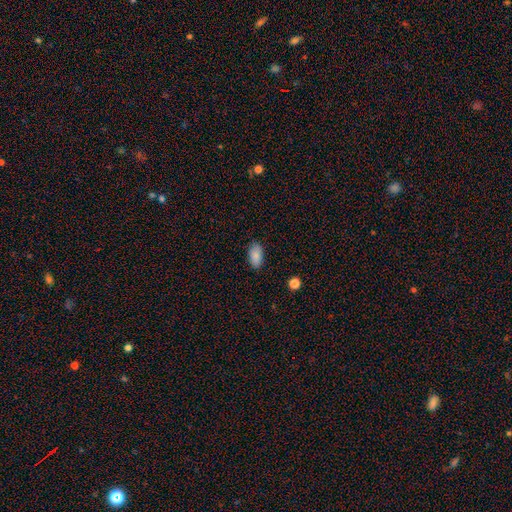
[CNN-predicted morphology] Q: Smooth or featured?
A: smooth (87%); runner-up: star or artifact (8%)
Q: How rounded?
A: in between (93%); runner-up: round (4%)
Q: Merging?
A: none (85%); runner-up: minor disturbance (11%)